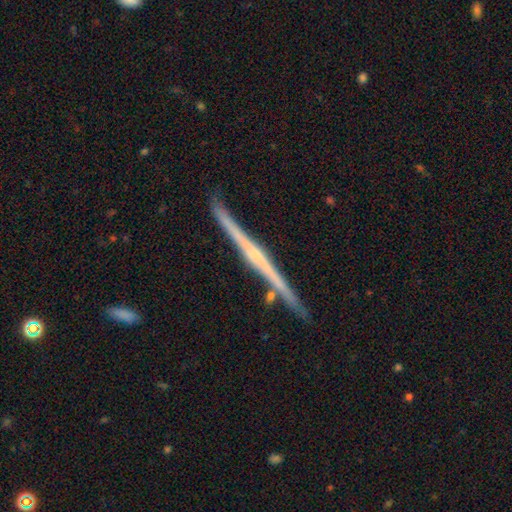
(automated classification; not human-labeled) Q: Smooth or featured?
A: featured or disk (80%); runner-up: smooth (14%)
Q: Edge-on disk?
A: yes (98%); runner-up: no (2%)
Q: Edge-on bulge?
A: none (47%); runner-up: rounded (44%)
Q: Merging?
A: none (87%); runner-up: minor disturbance (8%)